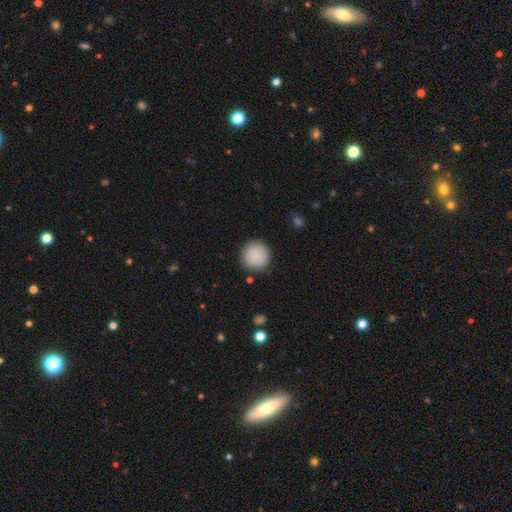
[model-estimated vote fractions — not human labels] smooth 86%, star or artifact 7%, featured or disk 6%. Down the decision tree: how rounded — round (95%); merging — none (89%).